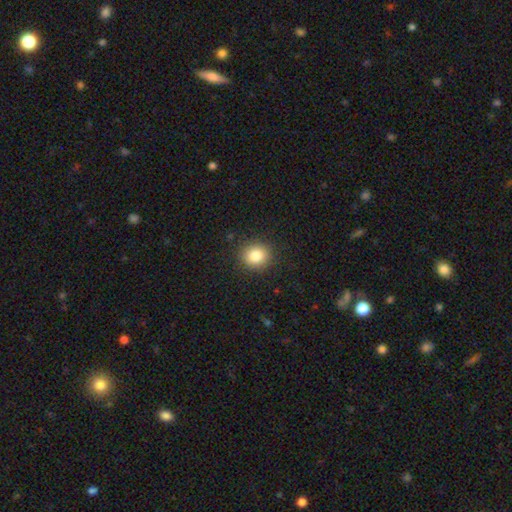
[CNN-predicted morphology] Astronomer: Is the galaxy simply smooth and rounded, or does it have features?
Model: smooth — 84%.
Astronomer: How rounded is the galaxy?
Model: round — 83%.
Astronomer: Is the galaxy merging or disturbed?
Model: none — 90%.